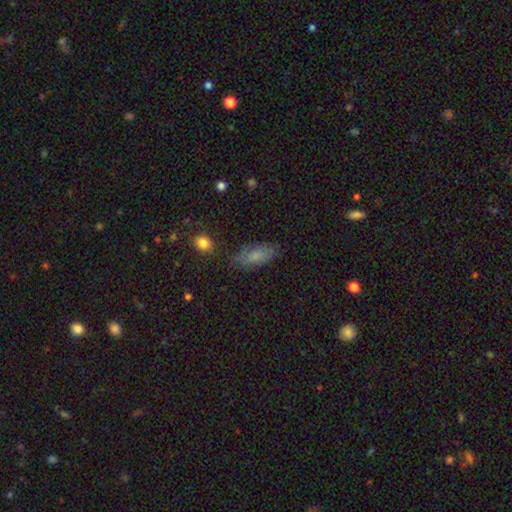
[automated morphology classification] A smooth galaxy with no disk features (74%) that is in between round and cigar-shaped (84%). Merging: none (77%).